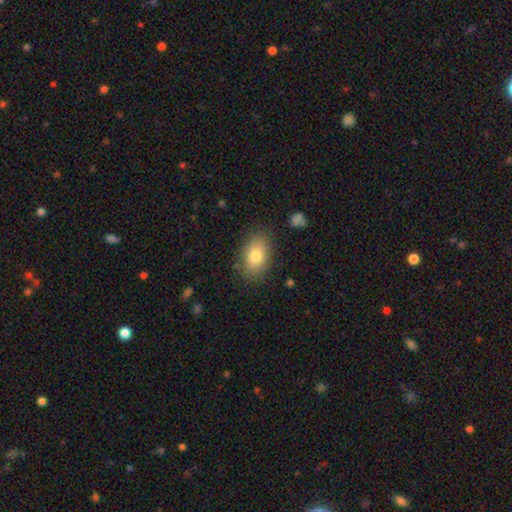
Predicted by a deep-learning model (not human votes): This appears to be a smooth galaxy with no disk features (79%) that is in between round and cigar-shaped (88%). Merging: none (82%).